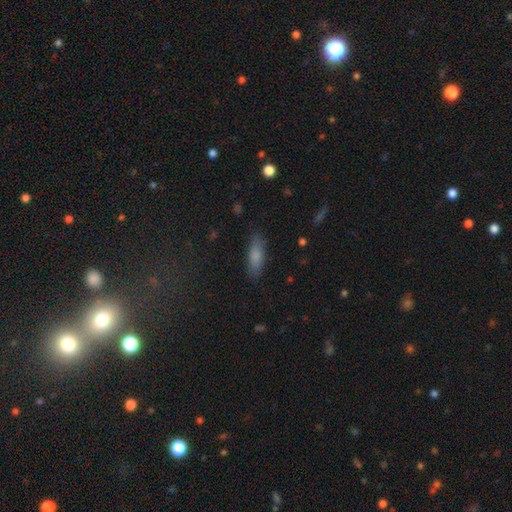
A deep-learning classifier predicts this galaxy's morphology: Smooth or featured: smooth — 79% (featured or disk — 13%)
How rounded: in between — 62% (cigar-shaped — 36%)
Merging: none — 84% (minor disturbance — 12%)